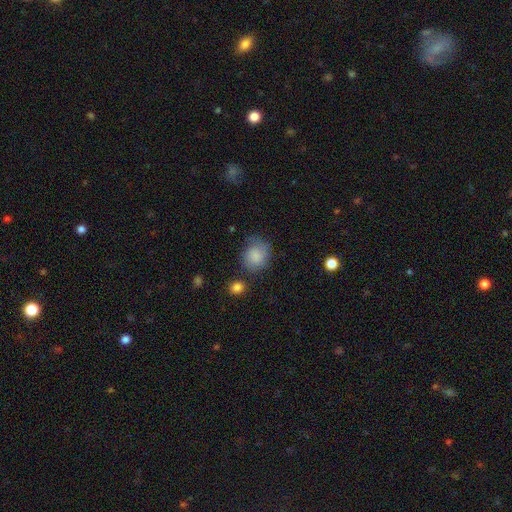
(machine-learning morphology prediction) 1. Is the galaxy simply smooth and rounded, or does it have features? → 82% smooth, 10% featured or disk, 8% star or artifact.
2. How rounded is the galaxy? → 72% round, 27% in between, 1% cigar-shaped.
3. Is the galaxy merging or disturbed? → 63% none, 24% minor disturbance, 9% major disturbance, 4% merger.